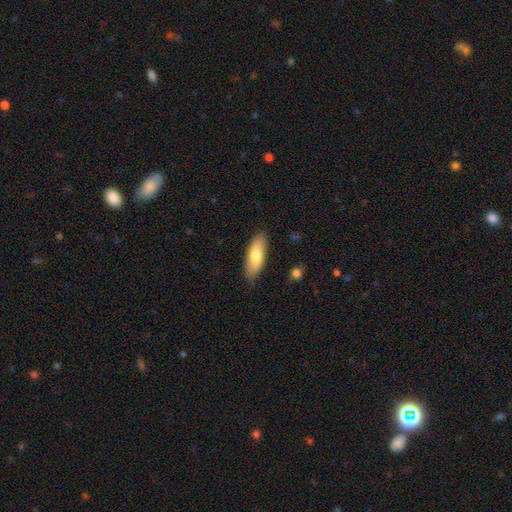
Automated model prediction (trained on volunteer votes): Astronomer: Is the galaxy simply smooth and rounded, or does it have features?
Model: smooth — 73%.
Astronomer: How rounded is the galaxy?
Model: in between — 64%.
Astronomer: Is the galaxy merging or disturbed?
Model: none — 82%.